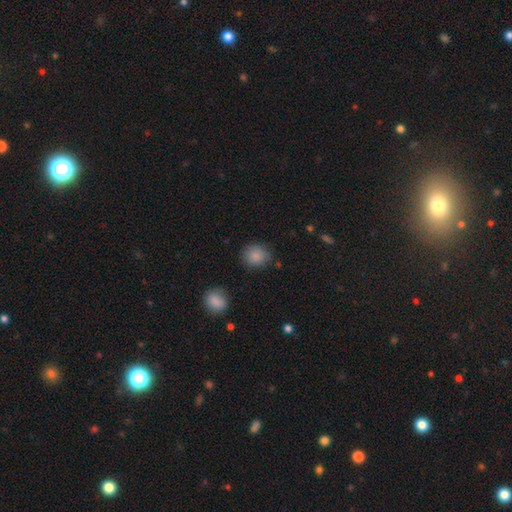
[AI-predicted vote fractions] smooth 87%, star or artifact 9%, featured or disk 5%. Down the decision tree: how rounded — round (77%); merging — none (79%).